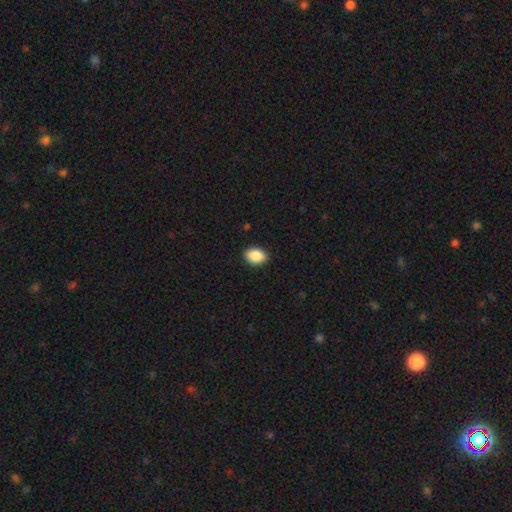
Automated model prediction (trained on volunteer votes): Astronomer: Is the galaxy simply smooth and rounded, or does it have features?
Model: smooth — 89%.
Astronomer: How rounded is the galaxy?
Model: in between — 81%.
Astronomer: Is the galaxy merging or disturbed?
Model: none — 89%.